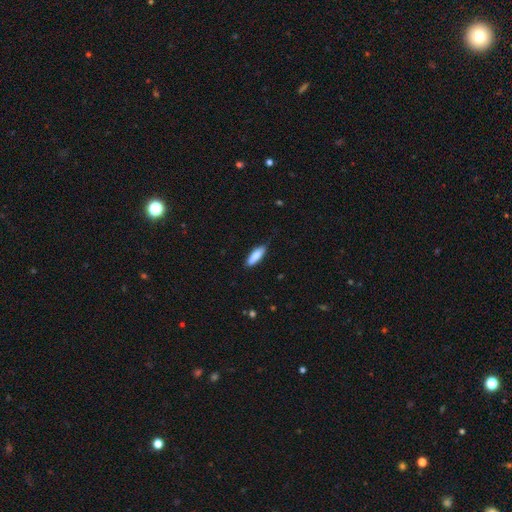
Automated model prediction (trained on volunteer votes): Q: Smooth or featured?
A: smooth (81%); runner-up: featured or disk (13%)
Q: How rounded?
A: cigar-shaped (53%); runner-up: in between (45%)
Q: Merging?
A: none (74%); runner-up: minor disturbance (21%)